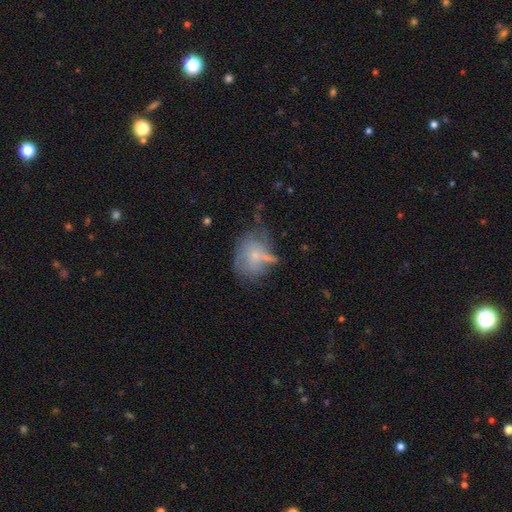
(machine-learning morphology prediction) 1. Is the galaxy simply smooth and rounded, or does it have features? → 50% smooth, 38% featured or disk, 12% star or artifact.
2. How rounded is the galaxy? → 49% round (tied), 49% in between (tied), 2% cigar-shaped.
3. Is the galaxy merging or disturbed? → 38% none, 27% minor disturbance, 22% major disturbance, 12% merger.